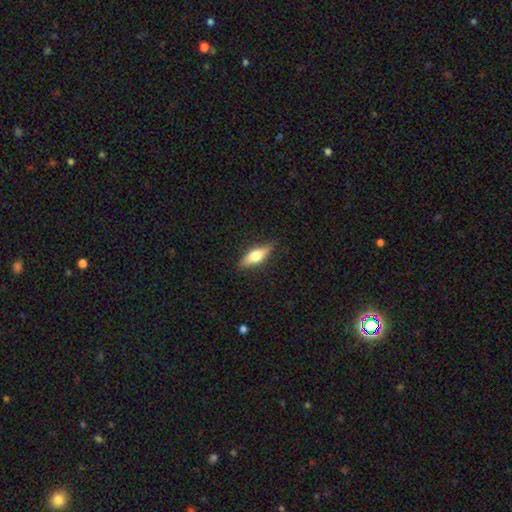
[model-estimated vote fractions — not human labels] Morphology: type=smooth (53%); roundness=in between (55%); merging=none (85%).